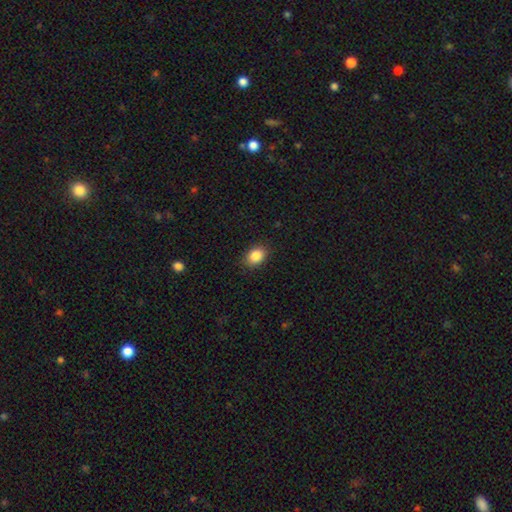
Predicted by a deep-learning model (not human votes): Q: Smooth or featured?
A: smooth (87%); runner-up: star or artifact (9%)
Q: How rounded?
A: in between (74%); runner-up: round (25%)
Q: Merging?
A: none (88%); runner-up: minor disturbance (9%)